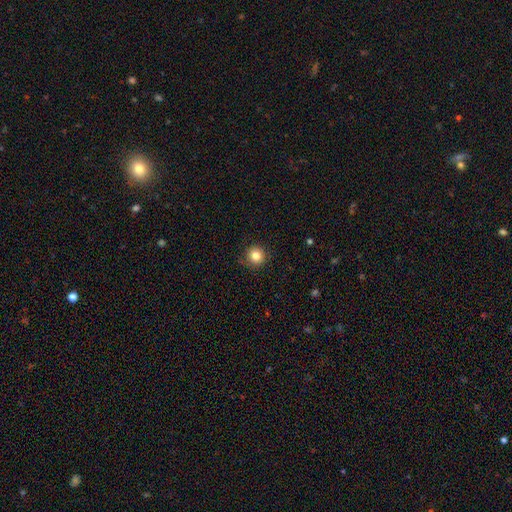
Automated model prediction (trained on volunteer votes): smooth 83%, star or artifact 11%, featured or disk 6%. Down the decision tree: how rounded — round (94%); merging — none (86%).